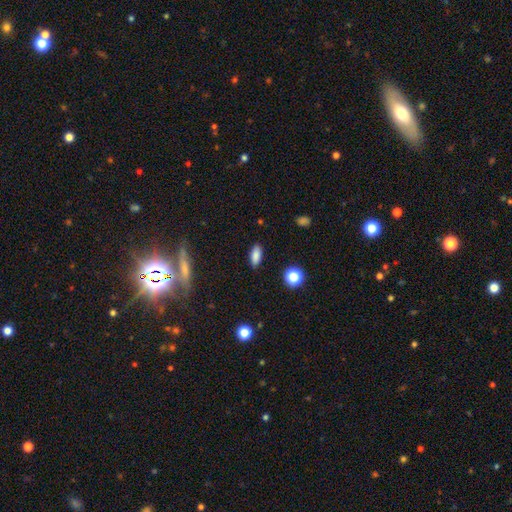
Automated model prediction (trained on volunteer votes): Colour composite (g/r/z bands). It shows a smooth galaxy with no disk features (85%) that is in between round and cigar-shaped (80%). Merging: none (87%).